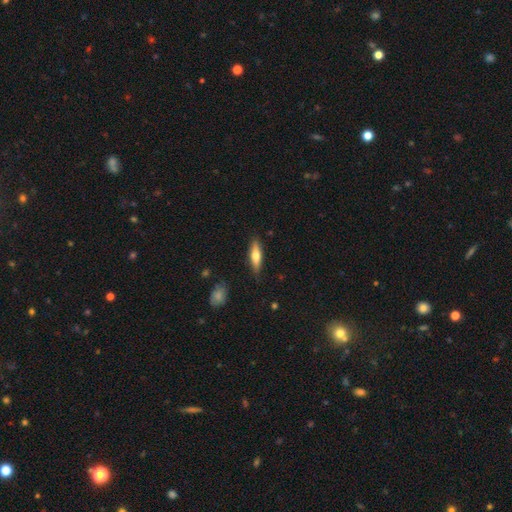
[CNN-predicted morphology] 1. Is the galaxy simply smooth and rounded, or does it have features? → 62% smooth, 32% featured or disk, 6% star or artifact.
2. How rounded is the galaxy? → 63% cigar-shaped, 35% in between, 2% round.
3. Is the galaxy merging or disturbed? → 85% none, 11% minor disturbance, 2% major disturbance, 1% merger.